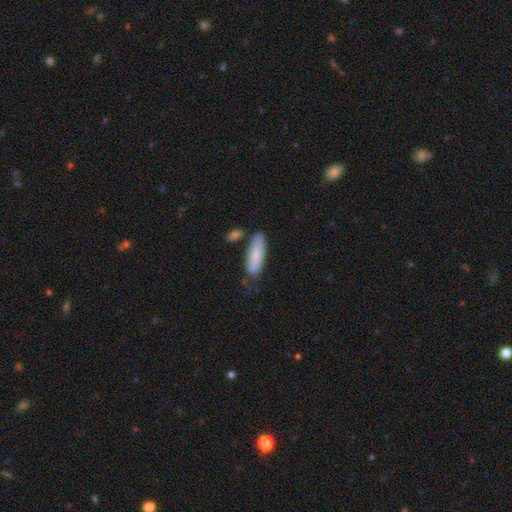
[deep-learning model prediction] Smooth or featured?
  - smooth: 79% *
  - featured or disk: 15%
  - star or artifact: 6%
How rounded?
  - in between: 58% *
  - cigar-shaped: 40%
  - round: 2%
Merging?
  - none: 55% *
  - minor disturbance: 29%
  - merger: 9%
  - major disturbance: 8%